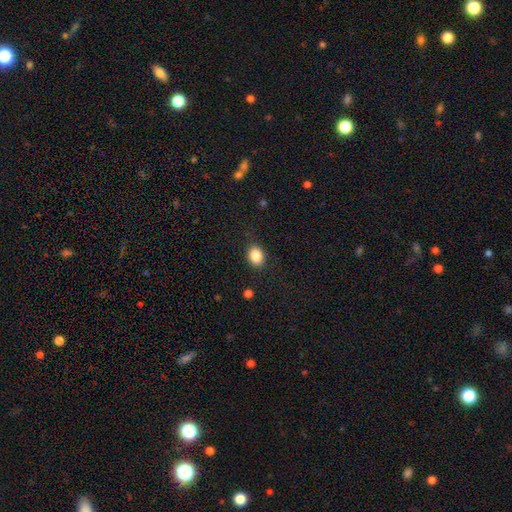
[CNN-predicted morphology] Overall: smooth (86%). How rounded: in between (59%; round 40%). Merging: none (87%).